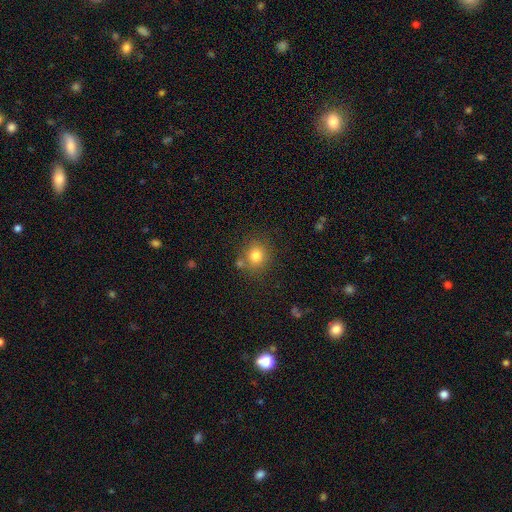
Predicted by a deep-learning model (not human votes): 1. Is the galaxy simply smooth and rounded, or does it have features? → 80% smooth, 12% star or artifact, 8% featured or disk.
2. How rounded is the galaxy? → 84% round, 15% in between, 1% cigar-shaped.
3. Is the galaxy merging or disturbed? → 74% none, 12% minor disturbance, 10% merger, 4% major disturbance.